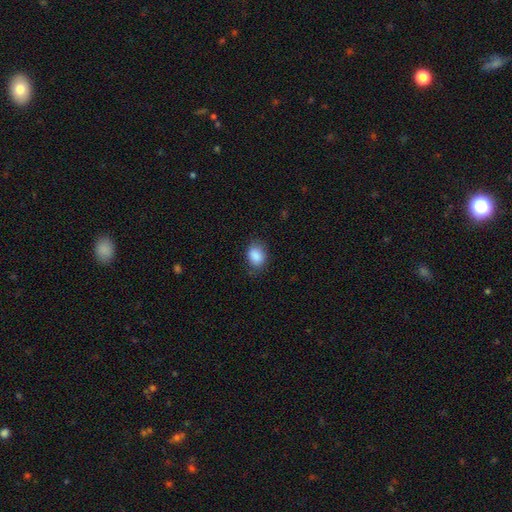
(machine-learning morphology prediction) smooth_or_featured: smooth (p=0.88) [alt: star or artifact p=0.08]
how_rounded: in between (p=0.68) [alt: round p=0.30]
merging: none (p=0.74) [alt: minor disturbance p=0.20]